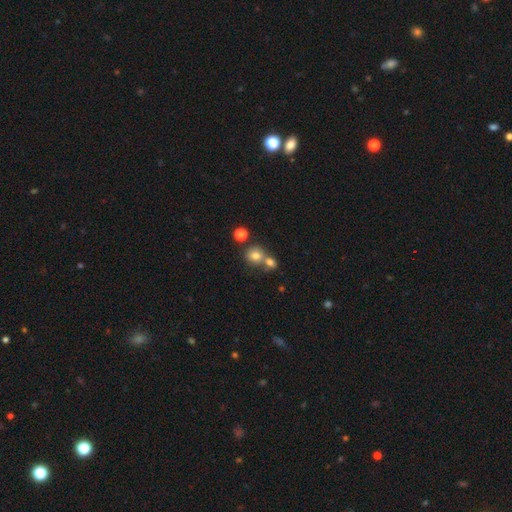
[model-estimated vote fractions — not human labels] Smooth or featured?
  - smooth: 76% *
  - star or artifact: 13%
  - featured or disk: 11%
How rounded?
  - round: 80% *
  - in between: 19%
  - cigar-shaped: 1%
Merging?
  - none: 48% *
  - merger: 42%
  - minor disturbance: 8%
  - major disturbance: 3%